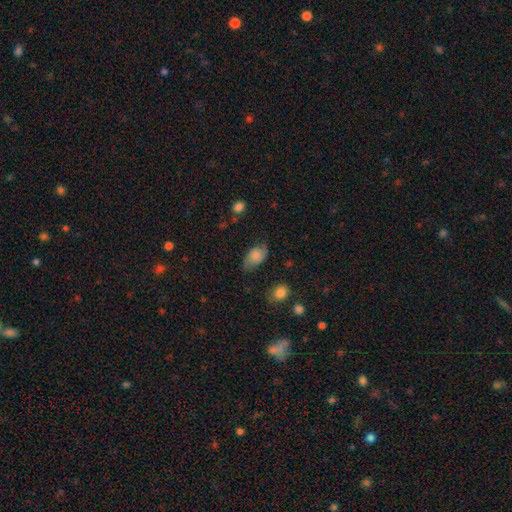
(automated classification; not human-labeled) Smooth or featured? smooth (70%)
How rounded? in between (91%)
Merging? none (61%)